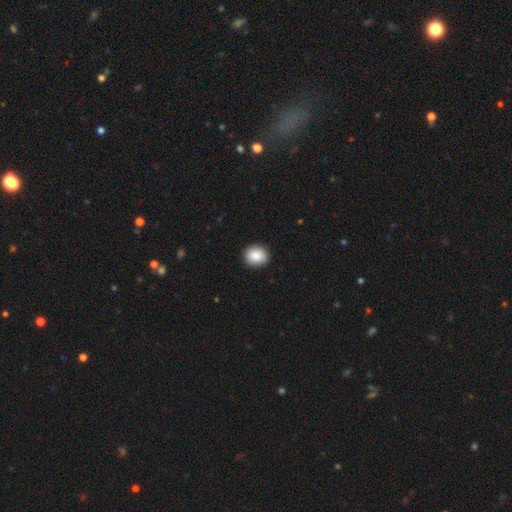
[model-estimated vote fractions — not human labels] Smooth or featured? Predicted: smooth (p=0.88). How rounded? Predicted: round (p=0.64). Merging? Predicted: none (p=0.90).